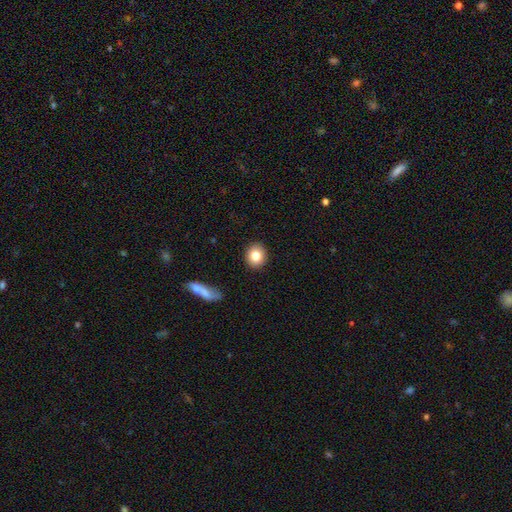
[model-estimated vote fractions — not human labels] A smooth galaxy with no disk features (82%) that is round (71%).

Vote fractions:
- Smooth or featured? smooth: 82% / featured or disk: 9% / star or artifact: 9%
- How rounded? round: 71% / in between: 28% / cigar-shaped: 1%
- Merging? none: 89% / minor disturbance: 7% / major disturbance: 2% / merger: 2%